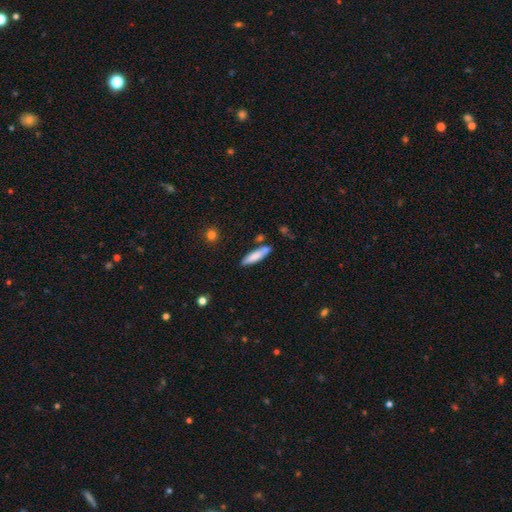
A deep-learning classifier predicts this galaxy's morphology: A smooth galaxy with no disk features (77%) that is cigar-shaped (73%). Merging: none (71%).